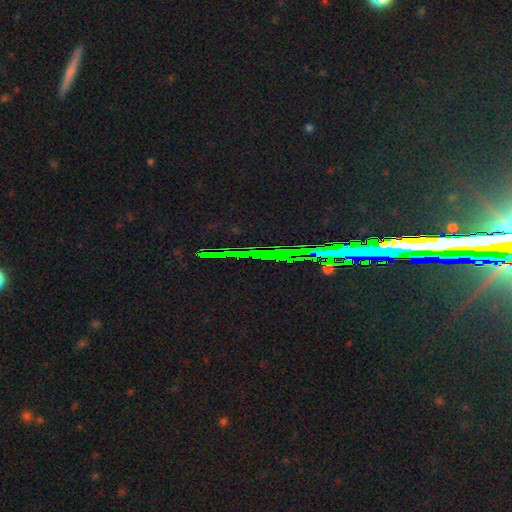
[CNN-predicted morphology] smooth_or_featured: star or artifact (p=0.84) [alt: featured or disk p=0.09]